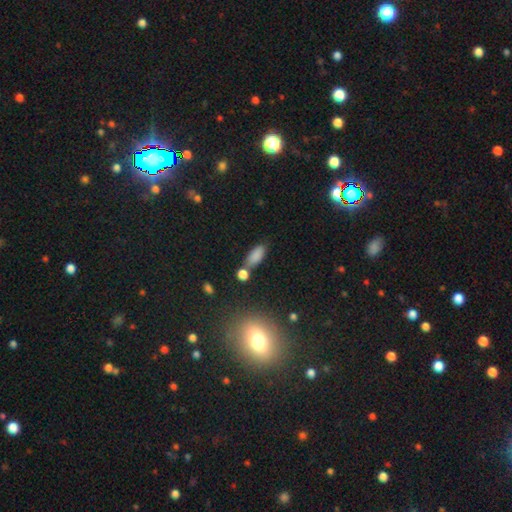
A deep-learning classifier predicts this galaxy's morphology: Smooth or featured? Predicted: smooth (p=0.83). How rounded? Predicted: in between (p=0.78). Merging? Predicted: none (p=0.61).